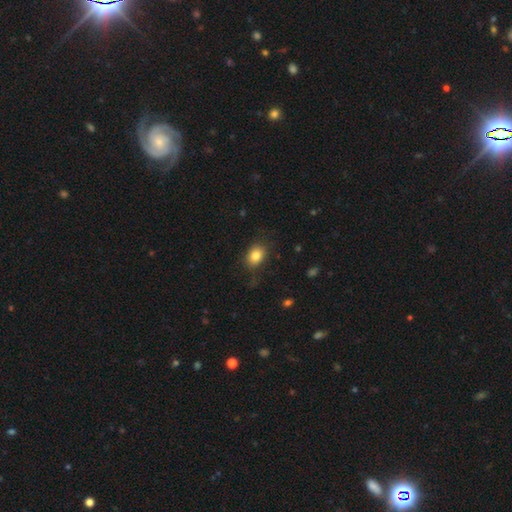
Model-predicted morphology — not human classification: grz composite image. It shows a smooth galaxy with no disk features (82%) that is in between round and cigar-shaped (64%). Merging: none (77%).